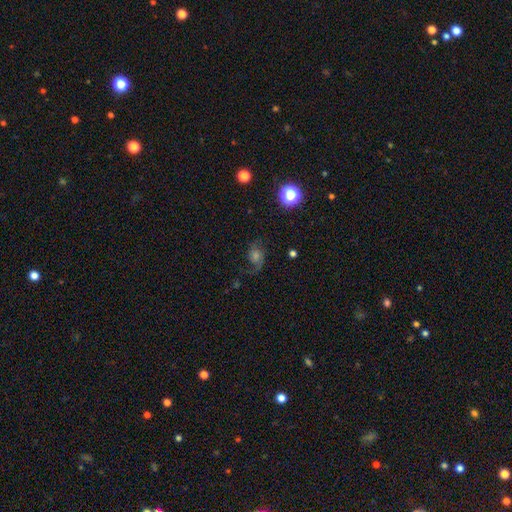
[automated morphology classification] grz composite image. It shows a featured or disk galaxy (64%) with no bar (69%), 2 (81%) loose (47%) spiral arms (93%) and a moderate central bulge (43%). Merging: none (68%).